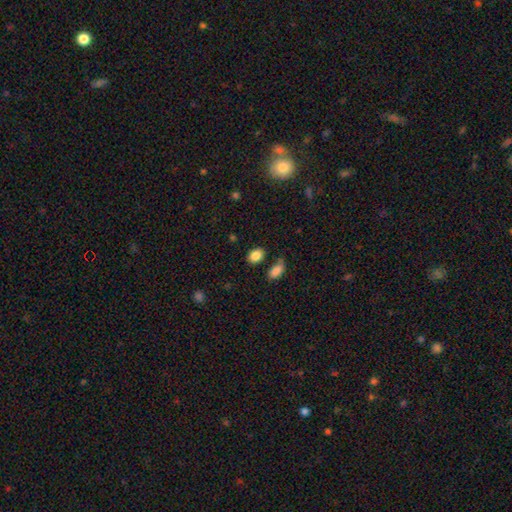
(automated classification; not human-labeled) smooth-or-featured: smooth: 86% | star or artifact: 9% | featured or disk: 5%
  how-rounded: in between: 71% | round: 28% | cigar-shaped: 1%
  merging: none: 78% | minor disturbance: 12% | merger: 6% | major disturbance: 3%